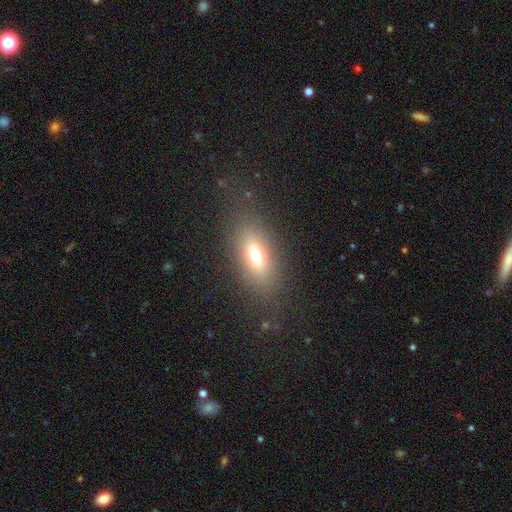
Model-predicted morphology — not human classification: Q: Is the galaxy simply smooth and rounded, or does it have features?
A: smooth — 67%.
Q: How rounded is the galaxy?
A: in between — 77%.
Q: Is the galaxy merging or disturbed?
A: none — 81%.